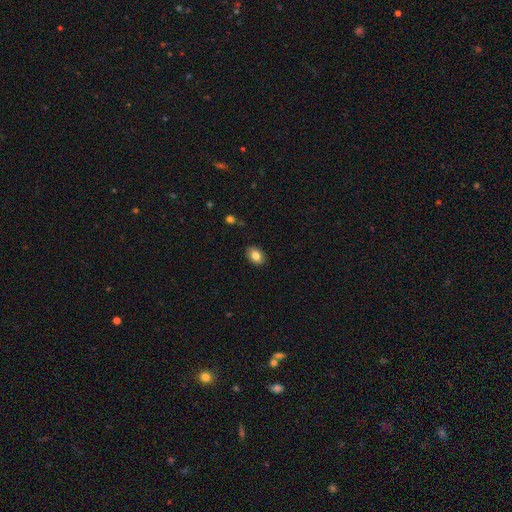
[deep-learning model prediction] Smooth or featured?
  - smooth: 83% *
  - featured or disk: 9%
  - star or artifact: 8%
How rounded?
  - in between: 83% *
  - round: 16%
  - cigar-shaped: 1%
Merging?
  - none: 88% *
  - minor disturbance: 9%
  - major disturbance: 2%
  - merger: 1%